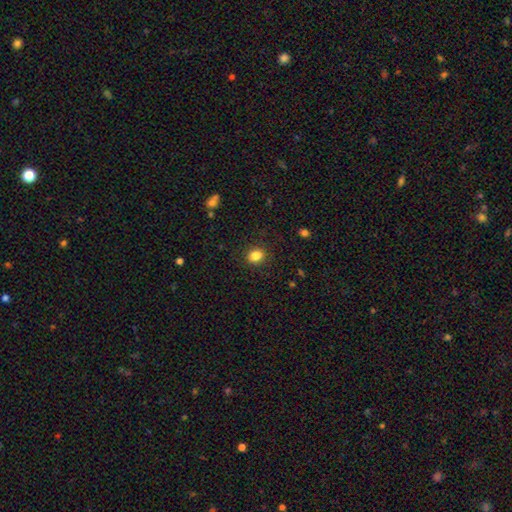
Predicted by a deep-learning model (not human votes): smooth-or-featured: smooth: 85% | star or artifact: 10% | featured or disk: 5%
  how-rounded: round: 53% | in between: 46% | cigar-shaped: 1%
  merging: none: 87% | minor disturbance: 9% | major disturbance: 3% | merger: 1%